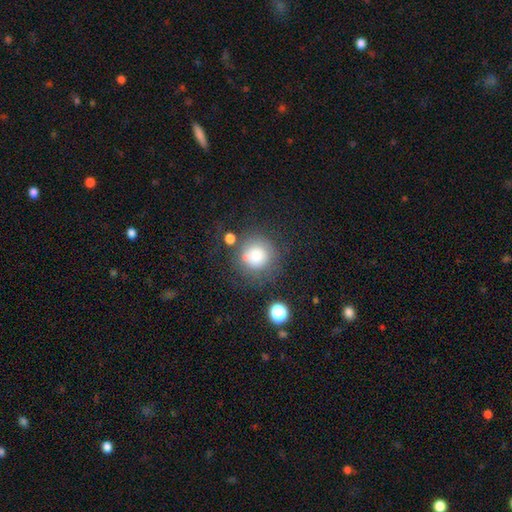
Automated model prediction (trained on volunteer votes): Q: Smooth or featured?
A: smooth (78%); runner-up: star or artifact (12%)
Q: How rounded?
A: round (90%); runner-up: in between (9%)
Q: Merging?
A: none (63%); runner-up: minor disturbance (17%)